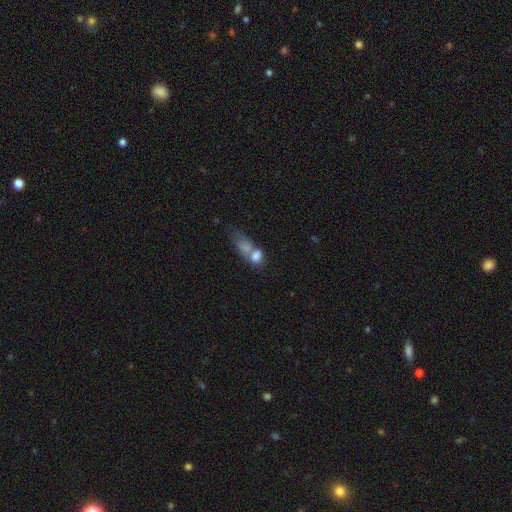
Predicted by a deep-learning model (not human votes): Smooth or featured: smooth — 75% (featured or disk — 15%)
How rounded: in between — 71% (round — 23%)
Merging: merger — 60% (none — 19%)